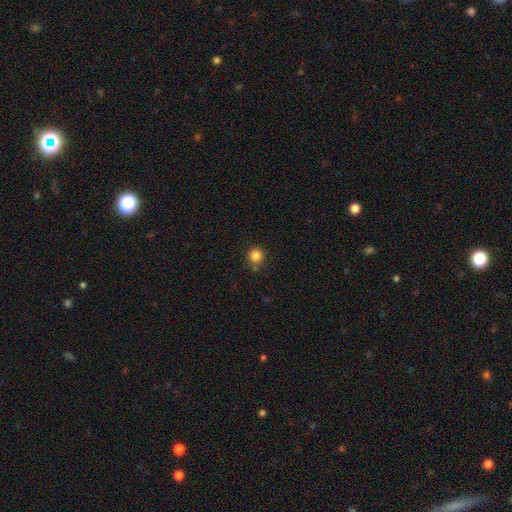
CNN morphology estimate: This is clearly a smooth galaxy (84%). How rounded: clearly round (93%). Merging: likely none (78%).